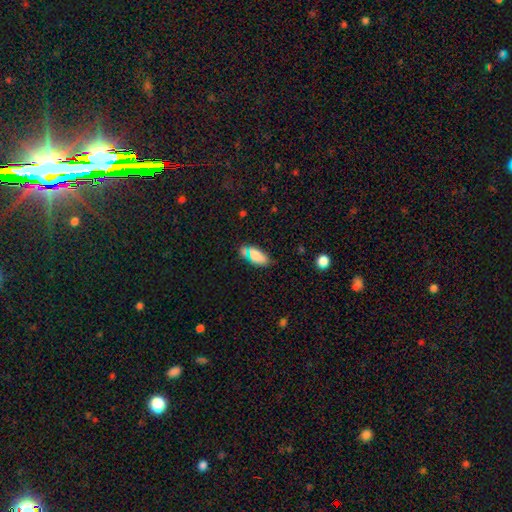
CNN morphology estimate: type=smooth (80%); roundness=in between (85%); merging=none (63%).